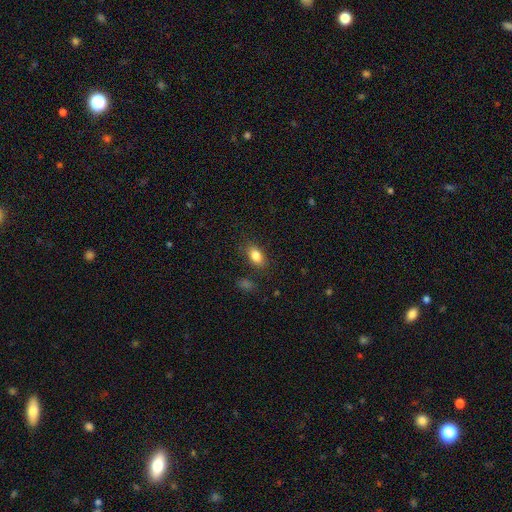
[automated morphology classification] Overall: smooth (84%). How rounded: in between (86%). Merging: none (83%).